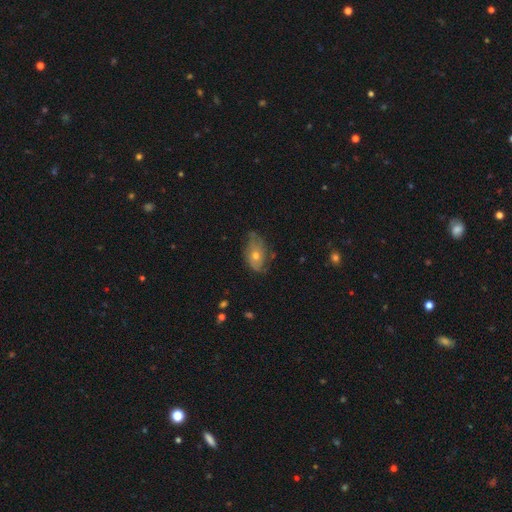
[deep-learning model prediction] Morphology: type=featured or disk (49%); merging=none (46%).